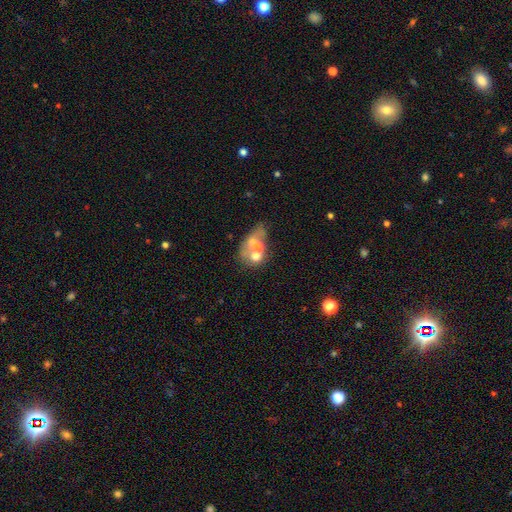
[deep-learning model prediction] Q: Smooth or featured?
A: smooth (47%); runner-up: featured or disk (41%)
Q: Merging?
A: merger (60%); runner-up: none (22%)